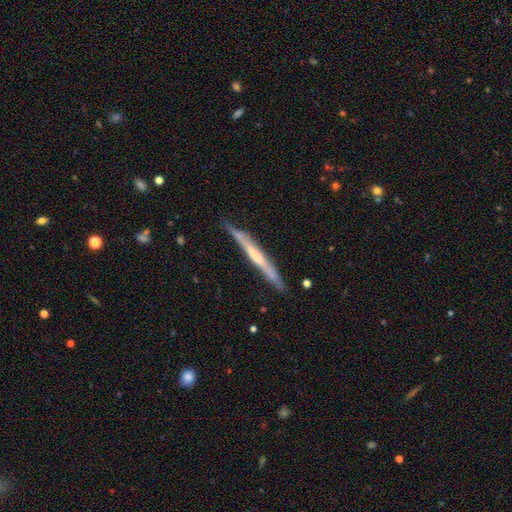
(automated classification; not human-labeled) Morphology: type=featured or disk (63%); edge-on=yes (95%); edge-on bulge=none (58%); merging=none (83%).